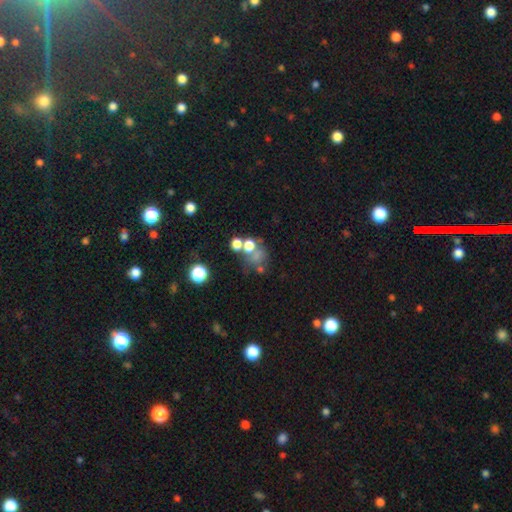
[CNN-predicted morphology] This appears to be a smooth galaxy with no disk features (58%) that is round (67%). Merging: none (37%).